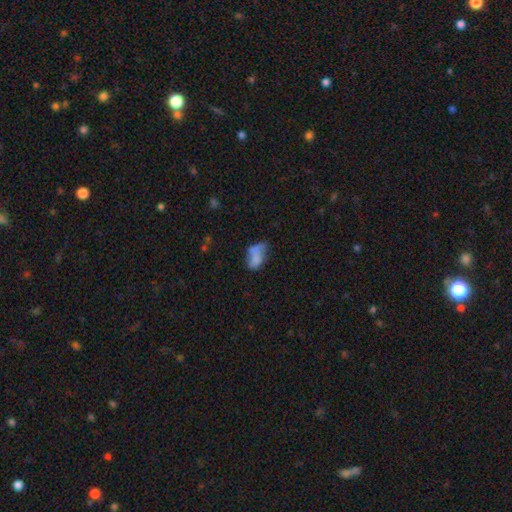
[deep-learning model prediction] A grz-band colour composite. It shows a smooth galaxy with no disk features (57%) that is in between round and cigar-shaped (88%). Merging: none (31%).